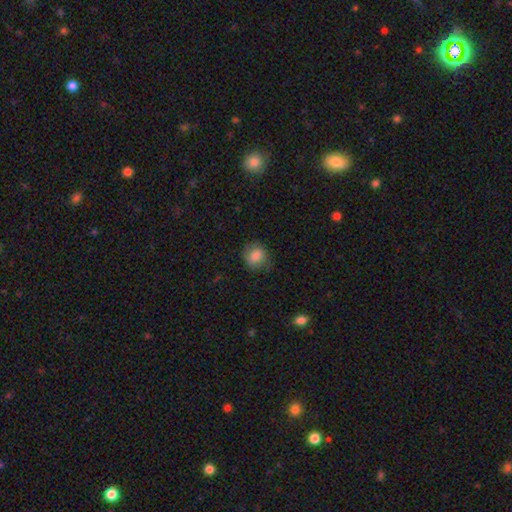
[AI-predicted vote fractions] Smooth or featured: smooth — 81% (featured or disk — 11%)
How rounded: round — 75% (in between — 24%)
Merging: none — 72% (minor disturbance — 21%)